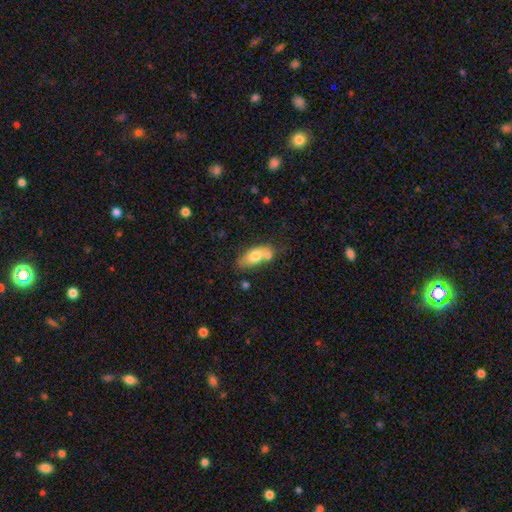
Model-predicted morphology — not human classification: Smooth or featured: smooth — 68% (featured or disk — 25%)
How rounded: in between — 82% (cigar-shaped — 13%)
Merging: none — 48% (merger — 31%)